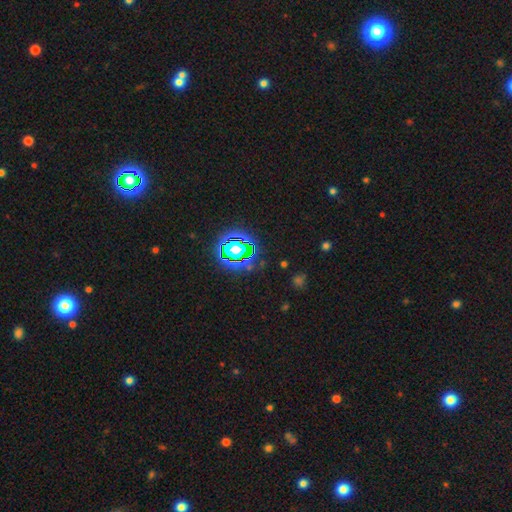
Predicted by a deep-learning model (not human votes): A star or artifact, not a galaxy (75%).

Vote fractions:
- Smooth or featured? star or artifact: 75% / smooth: 17% / featured or disk: 9%